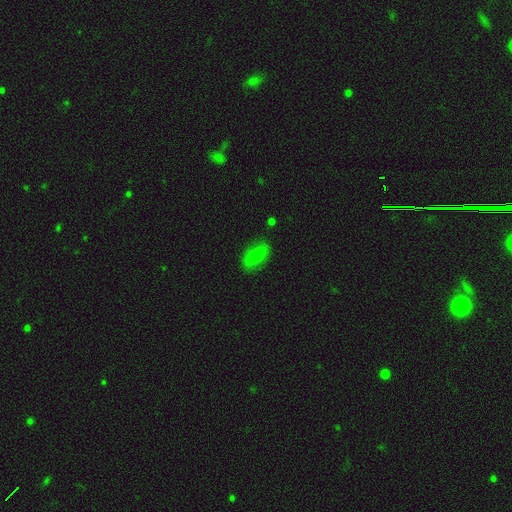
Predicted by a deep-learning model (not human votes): This is likely a smooth galaxy (70%). How rounded: likely in between (64%). Merging: clearly none (81%).